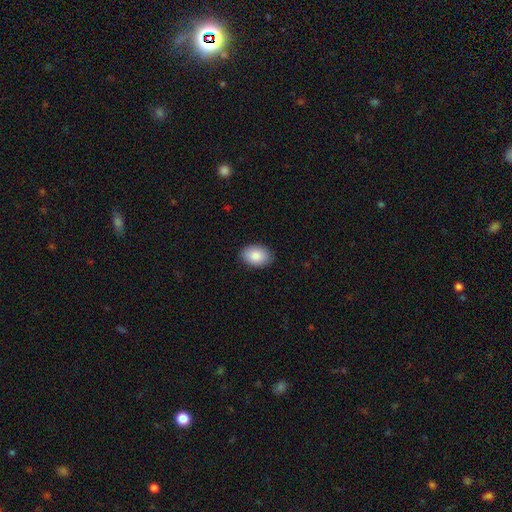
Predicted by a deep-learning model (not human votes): Smooth or featured? smooth (88%)
How rounded? in between (85%)
Merging? none (88%)